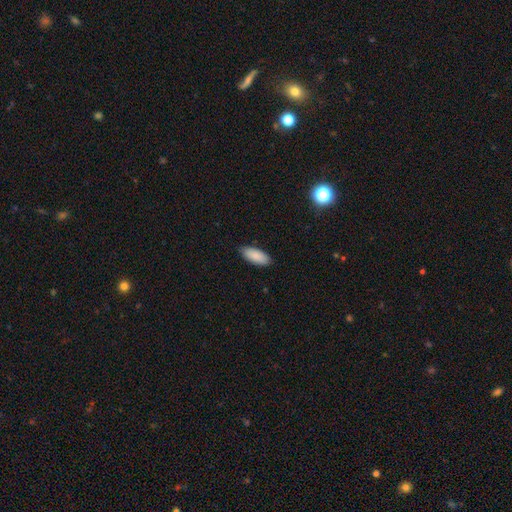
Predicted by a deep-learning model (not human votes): The model was most divided on "how rounded": in between: 85%, cigar-shaped: 14%, round: 2%. More confident: smooth or featured — smooth (89%); merging — none (87%).